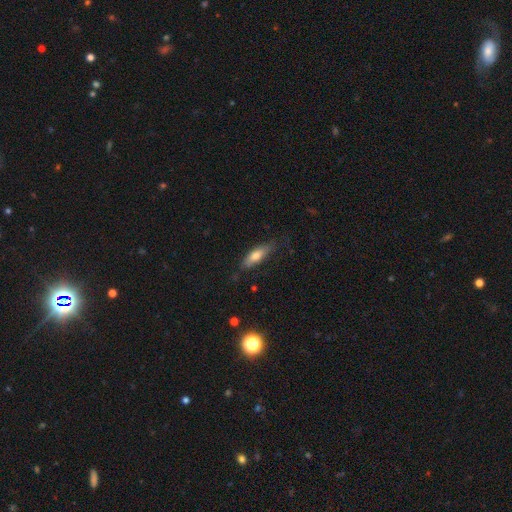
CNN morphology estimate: Smooth or featured? Predicted: smooth (p=0.69). How rounded? Predicted: in between (p=0.49, tied with cigar-shaped). Merging? Predicted: none (p=0.72).